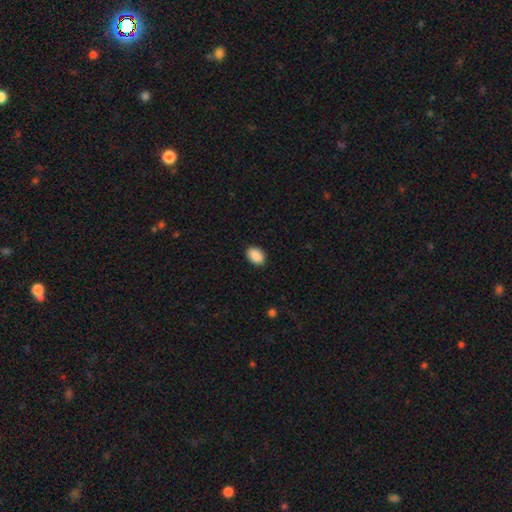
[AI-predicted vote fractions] This appears to be a smooth galaxy with no disk features (90%) that is in between round and cigar-shaped (86%). Merging: none (89%).